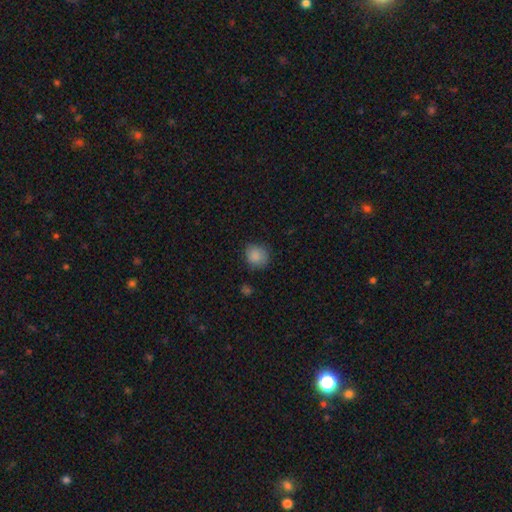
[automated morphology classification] A smooth galaxy with no disk features (87%) that is round (83%). Merging: none (79%).